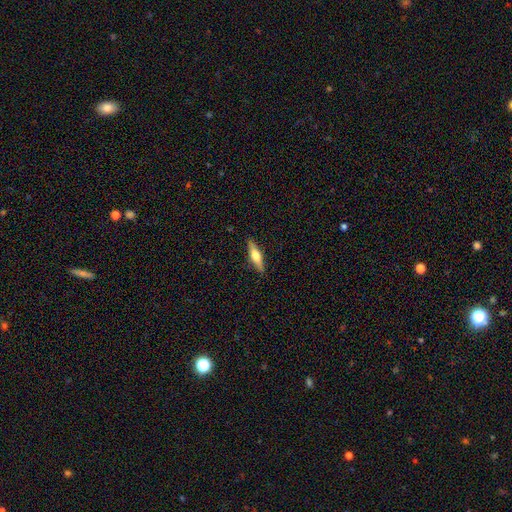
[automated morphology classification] Smooth or featured?
  - smooth: 48% *
  - featured or disk: 46%
  - star or artifact: 6%
Merging?
  - none: 89% *
  - minor disturbance: 8%
  - major disturbance: 2%
  - merger: 1%